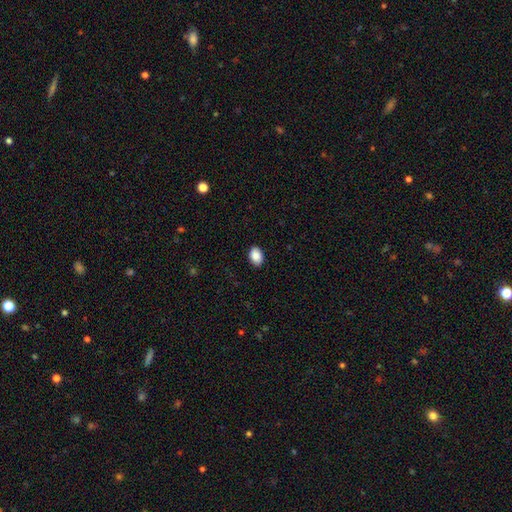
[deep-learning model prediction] Morphology: type=smooth (89%); roundness=in between (84%); merging=none (90%).